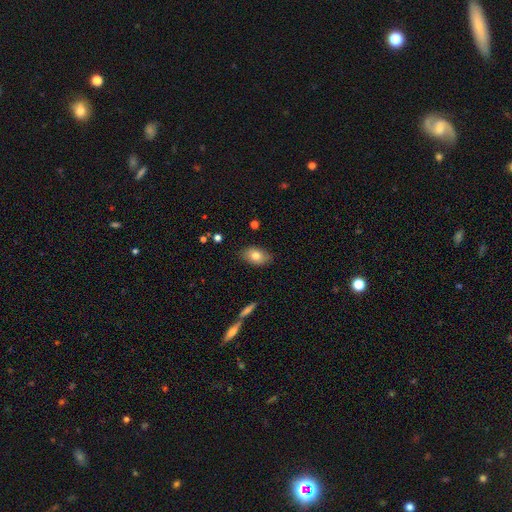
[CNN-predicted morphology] Q: Smooth or featured?
A: smooth (77%); runner-up: featured or disk (15%)
Q: How rounded?
A: in between (88%); runner-up: round (10%)
Q: Merging?
A: none (84%); runner-up: minor disturbance (12%)